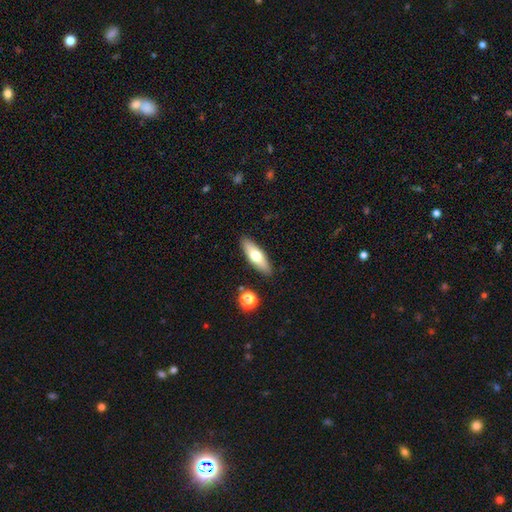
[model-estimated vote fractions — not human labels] smooth-or-featured: smooth: 63% | featured or disk: 31% | star or artifact: 6%
  how-rounded: in between: 54% | cigar-shaped: 44% | round: 3%
  merging: none: 88% | minor disturbance: 8% | merger: 2% | major disturbance: 2%